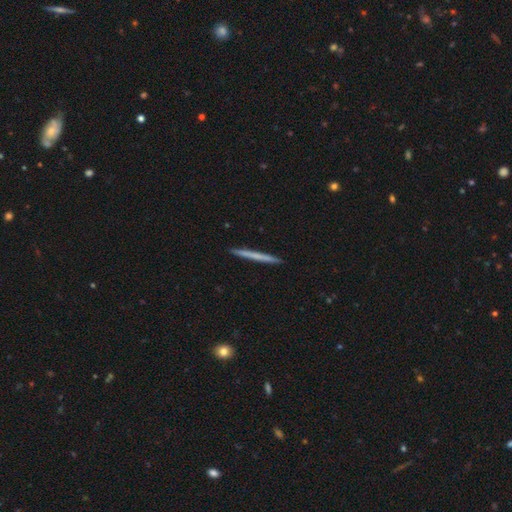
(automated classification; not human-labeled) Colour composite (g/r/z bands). It shows a smooth galaxy with no disk features (55%) that is cigar-shaped (97%). Merging: none (93%).